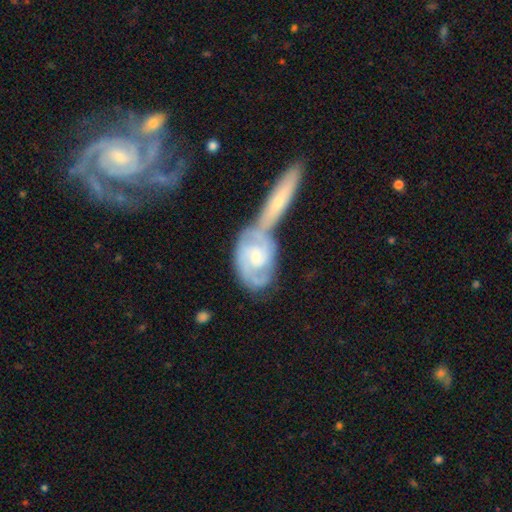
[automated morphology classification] This appears to be a featured or disk galaxy (80%) with no bar (60%), 2 (52%) tight (54%) spiral arms (94%) and a small central bulge (52%). Merging: merger (48%).